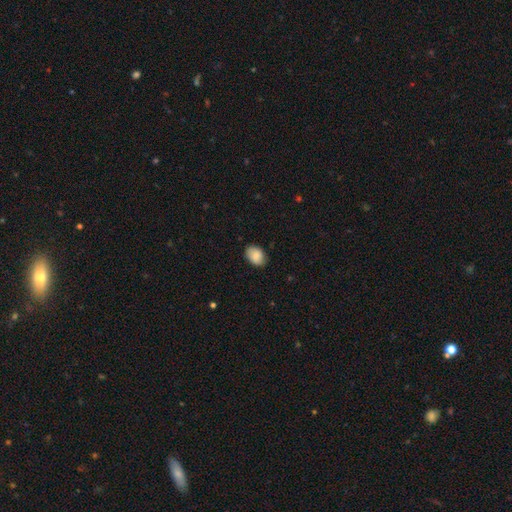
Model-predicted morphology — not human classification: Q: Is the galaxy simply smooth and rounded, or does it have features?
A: smooth — 87%.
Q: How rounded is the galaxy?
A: in between — 81%.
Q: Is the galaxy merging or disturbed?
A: none — 85%.